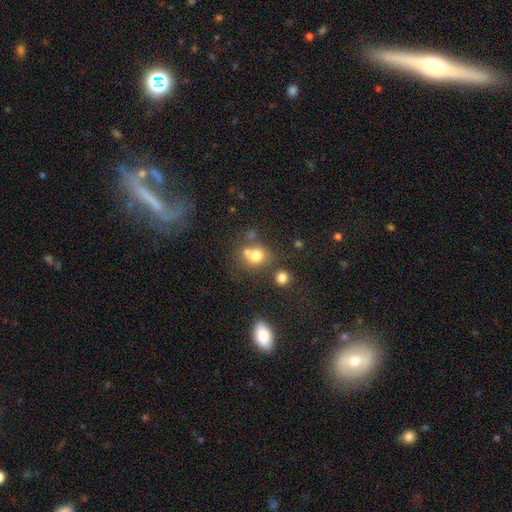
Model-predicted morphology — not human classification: This is likely a smooth galaxy (73%). How rounded: likely round (72%). Merging: possibly none (50%).